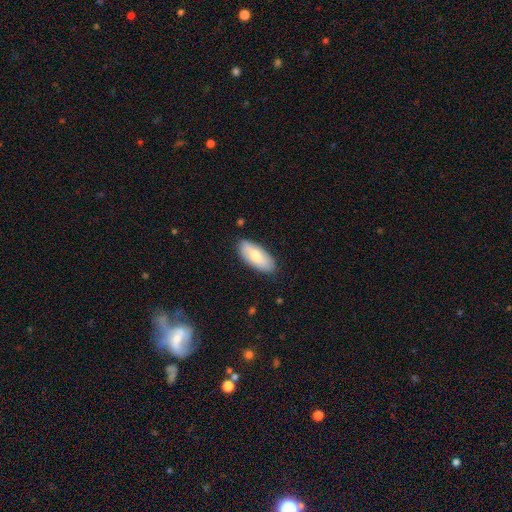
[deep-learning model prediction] Q: Smooth or featured?
A: smooth (72%); runner-up: featured or disk (23%)
Q: How rounded?
A: in between (89%); runner-up: cigar-shaped (10%)
Q: Merging?
A: none (84%); runner-up: minor disturbance (12%)